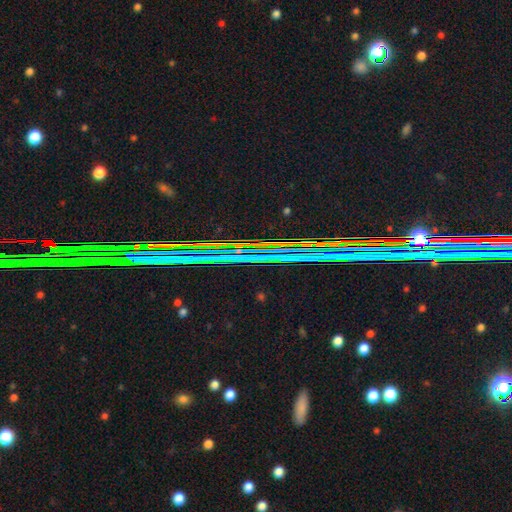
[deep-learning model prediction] A star or artifact, not a galaxy (83%).

Vote fractions:
- Smooth or featured? star or artifact: 83% / featured or disk: 10% / smooth: 7%